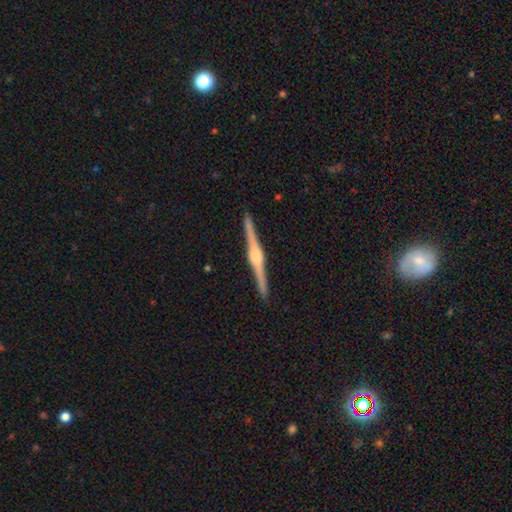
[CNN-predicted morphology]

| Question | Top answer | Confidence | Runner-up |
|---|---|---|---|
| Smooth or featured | featured or disk | 87% | smooth (8%) |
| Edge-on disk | yes | 99% | no (1%) |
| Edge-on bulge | rounded | 78% | boxy (17%) |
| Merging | none | 93% | minor disturbance (5%) |